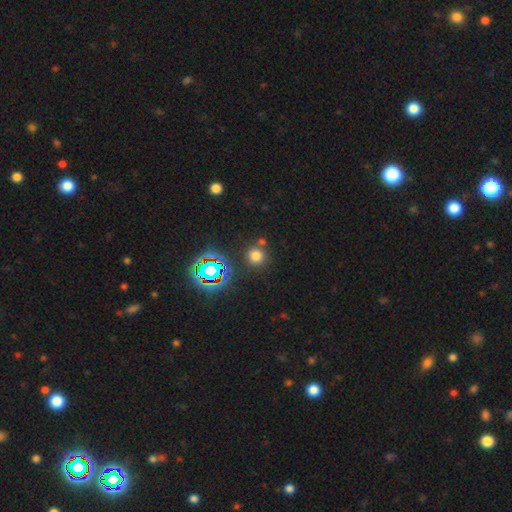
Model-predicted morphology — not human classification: A smooth galaxy with no disk features (69%) that is round (93%). Merging: none (80%).